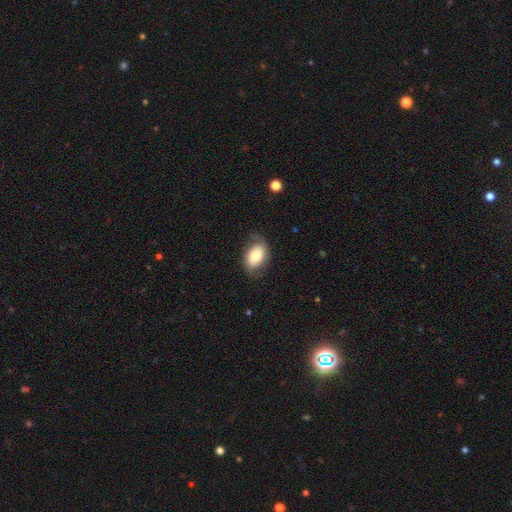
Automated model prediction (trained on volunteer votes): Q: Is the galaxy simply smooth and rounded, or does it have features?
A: smooth — 66%.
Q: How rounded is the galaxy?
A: in between — 86%.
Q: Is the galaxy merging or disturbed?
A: none — 65%.